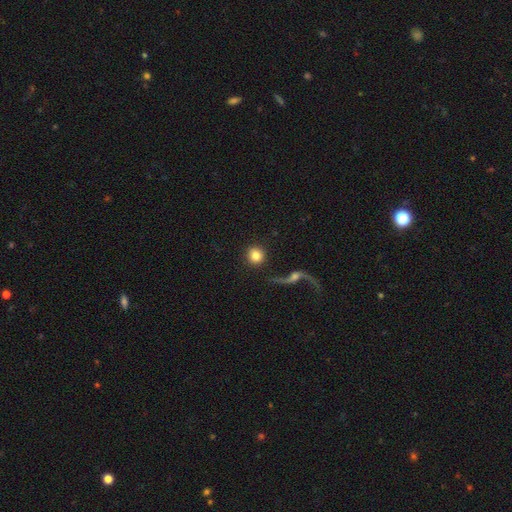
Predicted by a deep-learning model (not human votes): smooth 81%, featured or disk 12%, star or artifact 8%. Down the decision tree: how rounded — round (94%); merging — none (85%).